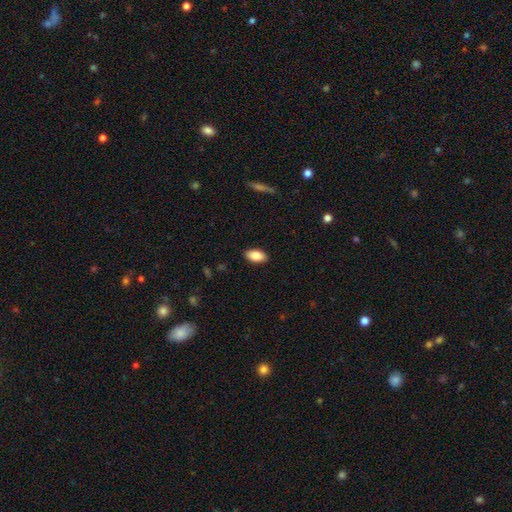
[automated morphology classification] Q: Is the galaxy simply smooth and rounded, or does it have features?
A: smooth — 86%.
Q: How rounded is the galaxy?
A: in between — 93%.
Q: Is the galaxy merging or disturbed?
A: none — 89%.